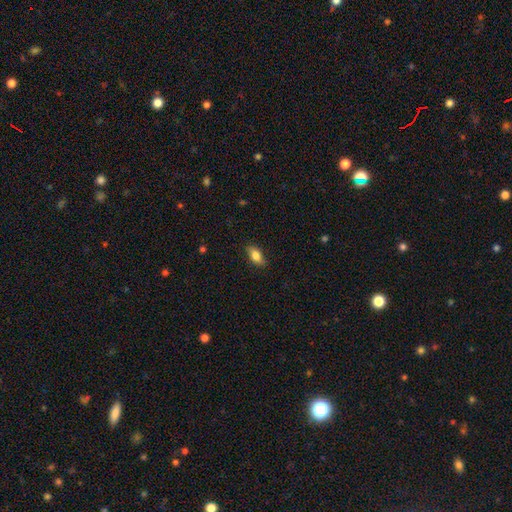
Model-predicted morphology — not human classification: Smooth or featured?
  - smooth: 82% *
  - featured or disk: 10%
  - star or artifact: 8%
How rounded?
  - in between: 85% *
  - cigar-shaped: 8%
  - round: 7%
Merging?
  - none: 82% *
  - minor disturbance: 14%
  - major disturbance: 3%
  - merger: 1%